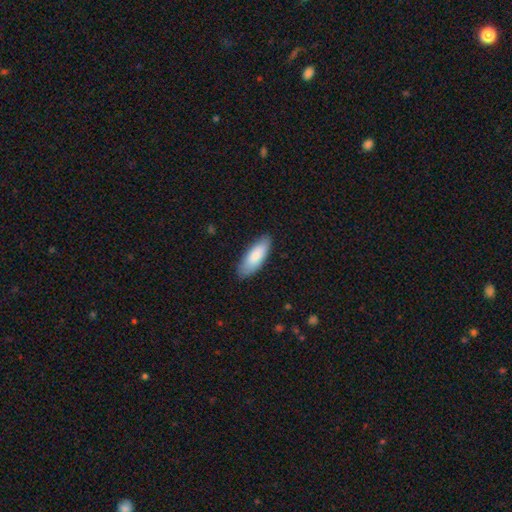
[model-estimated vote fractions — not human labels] This appears to be a smooth galaxy with no disk features (83%) that is in between round and cigar-shaped (69%). Merging: none (85%).